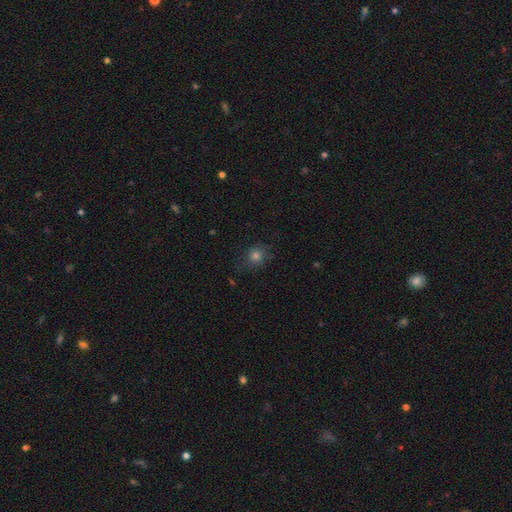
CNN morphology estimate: Smooth or featured: smooth — 75% (star or artifact — 17%)
How rounded: round — 82% (in between — 16%)
Merging: none — 75% (minor disturbance — 18%)